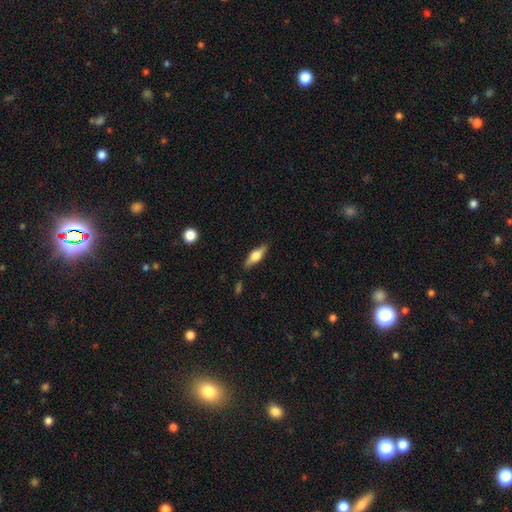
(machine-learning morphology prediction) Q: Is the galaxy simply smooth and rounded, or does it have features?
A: smooth — 47%.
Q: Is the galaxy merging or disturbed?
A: none — 84%.